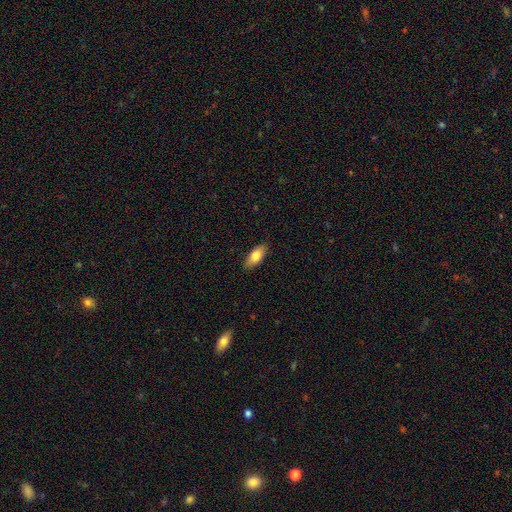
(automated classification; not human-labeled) smooth 79%, featured or disk 15%, star or artifact 6%. Down the decision tree: how rounded — in between (83%); merging — none (87%).